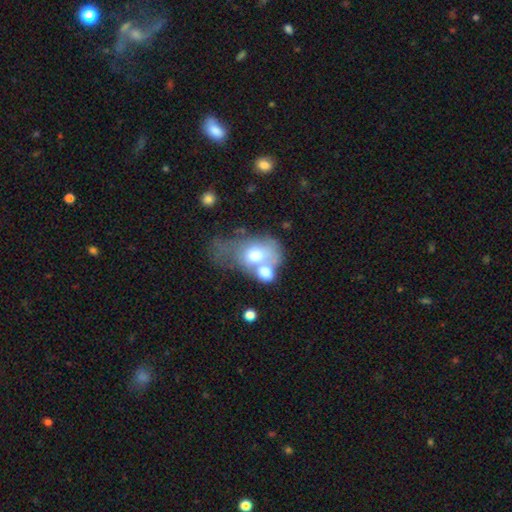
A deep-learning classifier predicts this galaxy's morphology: smooth-or-featured: smooth: 62% | featured or disk: 29% | star or artifact: 9%
  how-rounded: in between: 64% | round: 34% | cigar-shaped: 2%
  merging: merger: 55% | major disturbance: 17% | none: 16% | minor disturbance: 12%